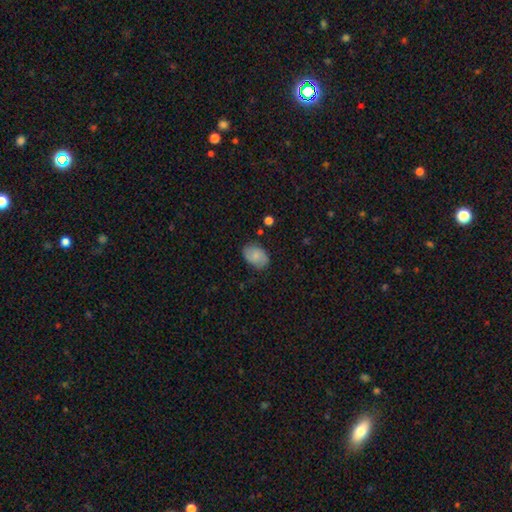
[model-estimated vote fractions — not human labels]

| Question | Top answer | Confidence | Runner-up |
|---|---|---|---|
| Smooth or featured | smooth | 70% | featured or disk (23%) |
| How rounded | in between | 84% | round (15%) |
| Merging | none | 77% | minor disturbance (17%) |